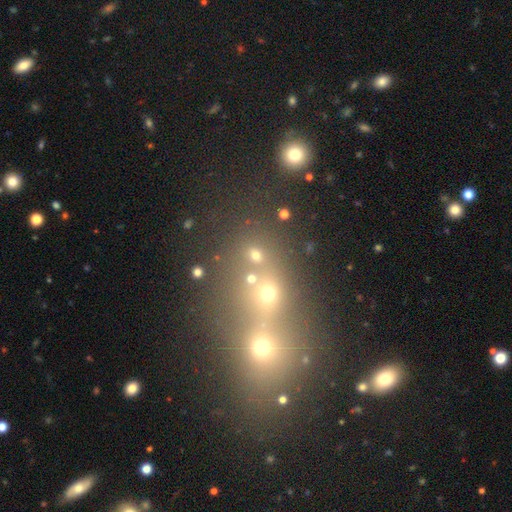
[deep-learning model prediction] A smooth galaxy with no disk features (59%) that is round (73%). Merging: none (58%).